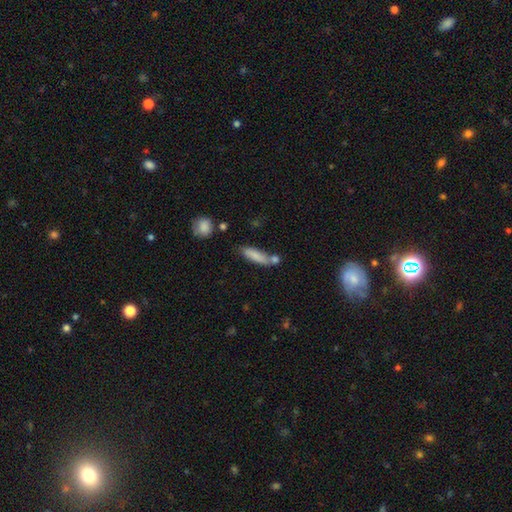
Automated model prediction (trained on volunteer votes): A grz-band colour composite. It shows a smooth galaxy with no disk features (81%) that is cigar-shaped (63%). Merging: none (55%).